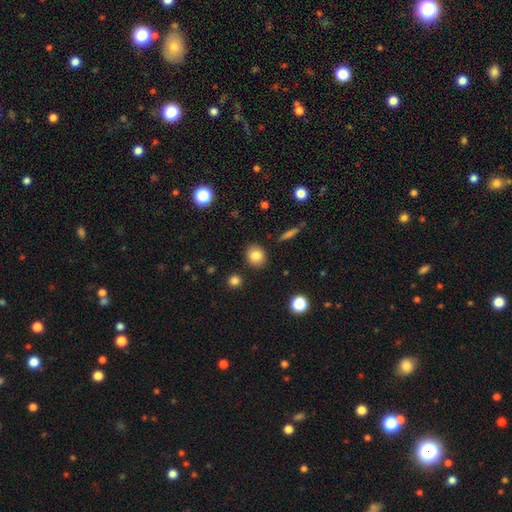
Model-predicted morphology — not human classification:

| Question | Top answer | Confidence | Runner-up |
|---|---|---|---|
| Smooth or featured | smooth | 83% | star or artifact (10%) |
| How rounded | round | 78% | in between (20%) |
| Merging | none | 89% | minor disturbance (7%) |